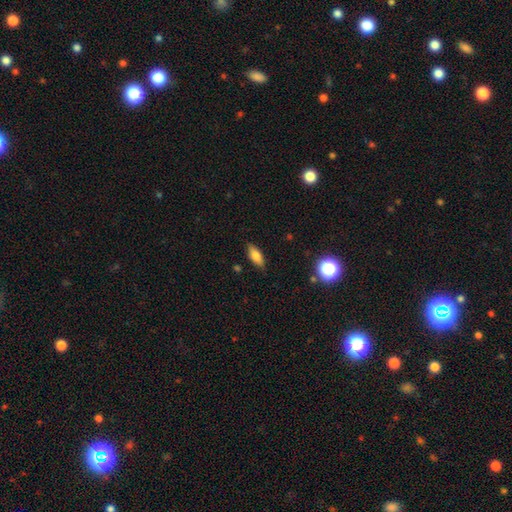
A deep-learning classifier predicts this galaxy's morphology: This is likely a smooth galaxy (75%). How rounded: likely in between (75%). Merging: clearly none (85%).